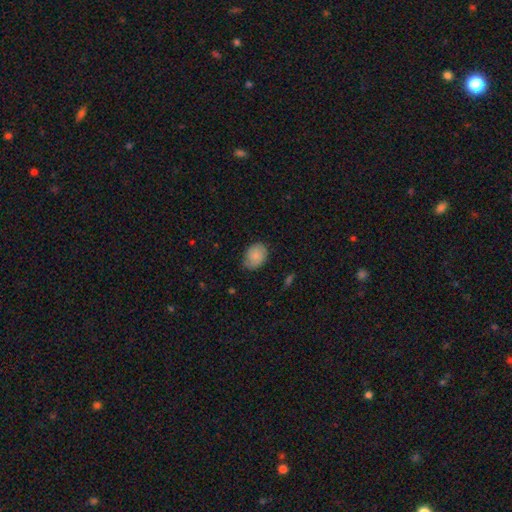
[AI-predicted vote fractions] smooth 79%, featured or disk 14%, star or artifact 7%. Down the decision tree: how rounded — in between (67%); merging — none (69%).